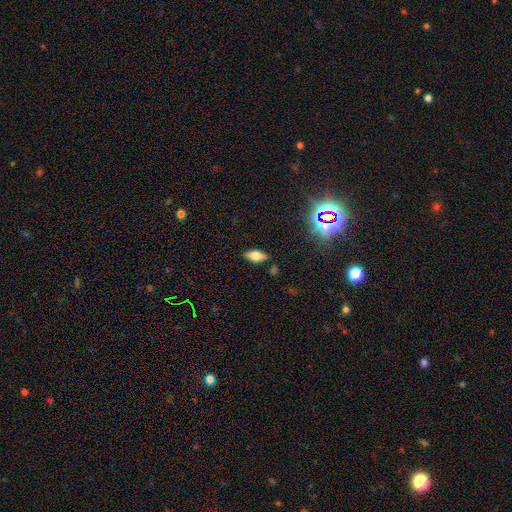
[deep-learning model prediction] Smooth or featured: smooth — 59% (featured or disk — 29%)
How rounded: in between — 82% (cigar-shaped — 14%)
Merging: none — 84% (minor disturbance — 11%)